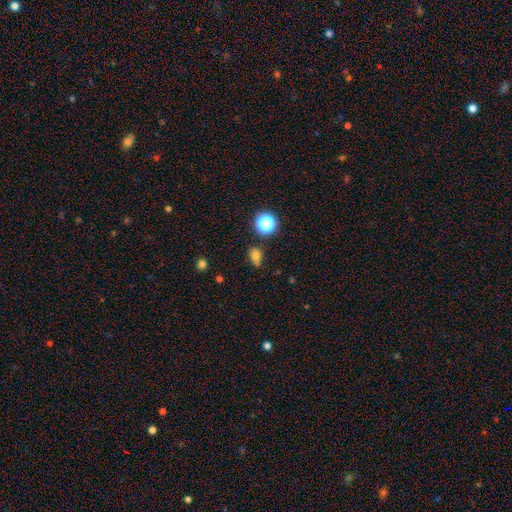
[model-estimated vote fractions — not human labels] Smooth or featured: smooth — 69% (star or artifact — 20%)
How rounded: in between — 55% (round — 43%)
Merging: none — 57% (minor disturbance — 28%)